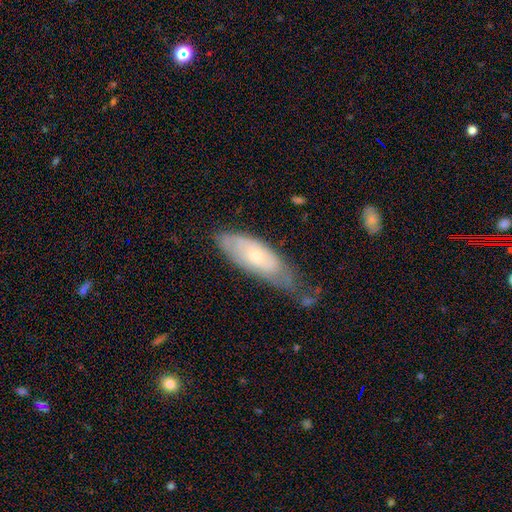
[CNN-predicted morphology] Overall: featured or disk (48%; smooth 46%). Merging: none (44%; minor disturbance 37%).